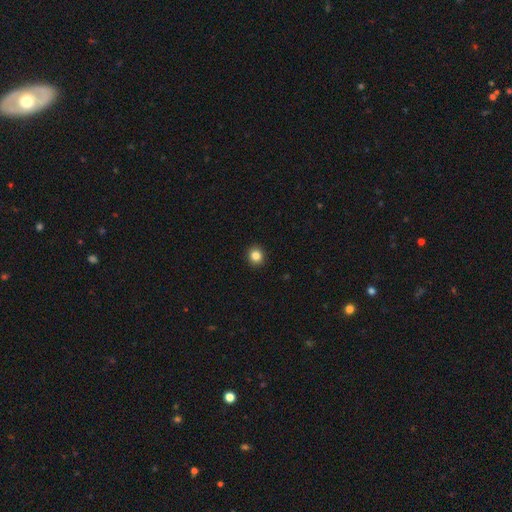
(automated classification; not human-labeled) Smooth or featured?
  - smooth: 84% *
  - star or artifact: 11%
  - featured or disk: 5%
How rounded?
  - round: 88% *
  - in between: 11%
  - cigar-shaped: 1%
Merging?
  - none: 93% *
  - minor disturbance: 5%
  - major disturbance: 1%
  - merger: 1%